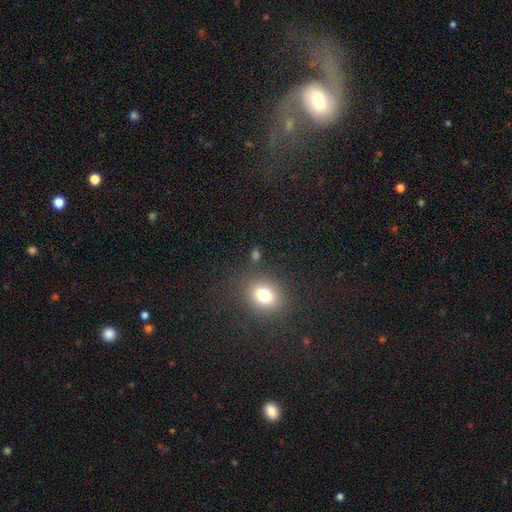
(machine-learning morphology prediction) A smooth galaxy with no disk features (72%) that is round (57%). Merging: none (82%).